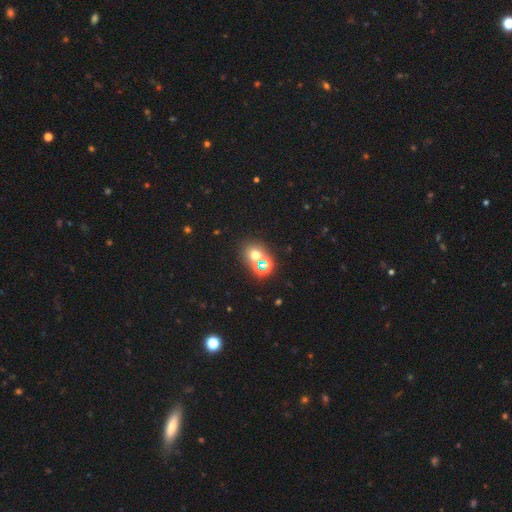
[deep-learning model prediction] Overall: smooth (56%; star or artifact 30%). How rounded: round (66%; in between 33%). Merging: none (62%; merger 25%).